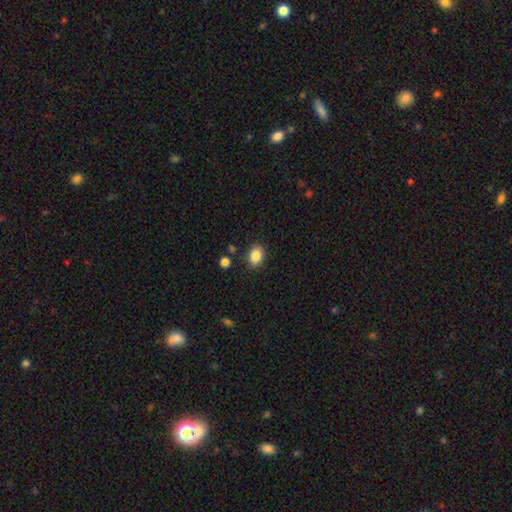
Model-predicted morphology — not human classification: smooth 87%, star or artifact 9%, featured or disk 4%. Down the decision tree: how rounded — in between (69%); merging — none (84%).